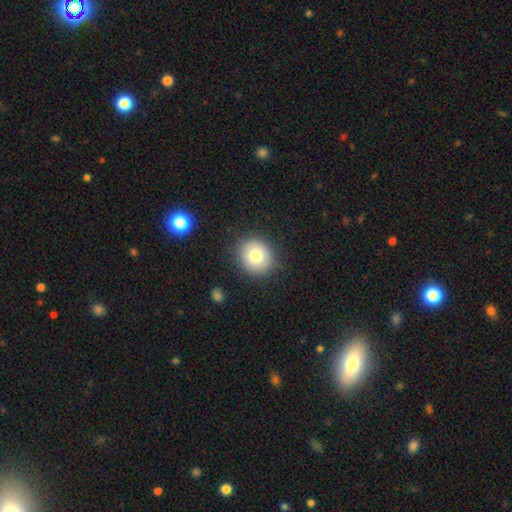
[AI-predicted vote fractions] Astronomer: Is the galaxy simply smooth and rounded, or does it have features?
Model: smooth — 77%.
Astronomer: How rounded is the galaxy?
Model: round — 82%.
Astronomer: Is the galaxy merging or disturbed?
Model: none — 87%.